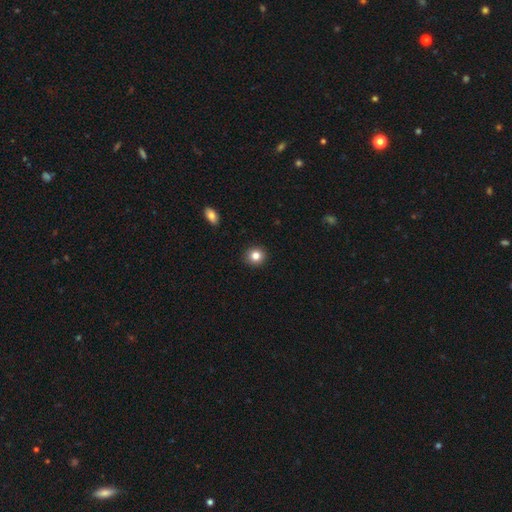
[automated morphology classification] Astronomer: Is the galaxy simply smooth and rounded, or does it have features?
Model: smooth — 83%.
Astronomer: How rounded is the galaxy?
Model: round — 89%.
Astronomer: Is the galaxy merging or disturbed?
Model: none — 92%.